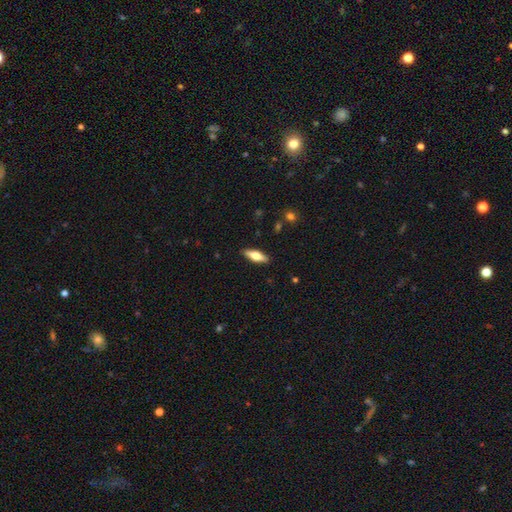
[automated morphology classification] Overall: smooth (55%; featured or disk 39%). How rounded: in between (54%; cigar-shaped 44%). Merging: none (89%).